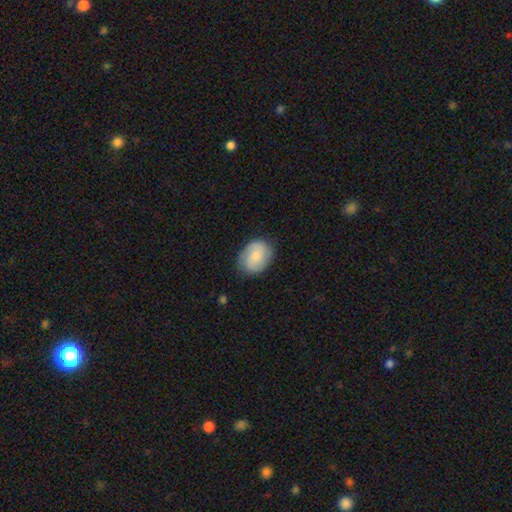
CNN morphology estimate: This is likely a smooth galaxy (64%). How rounded: likely in between (66%). Merging: likely none (79%).